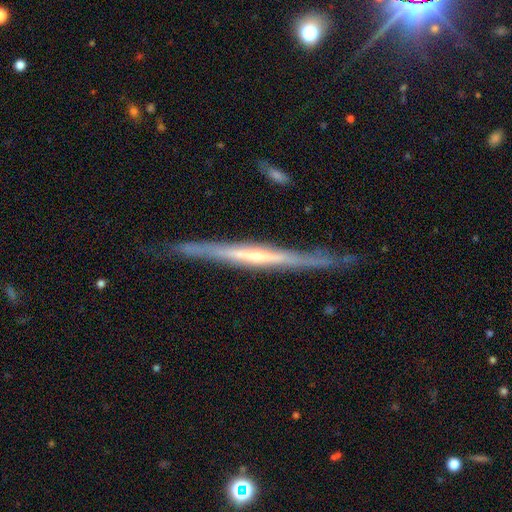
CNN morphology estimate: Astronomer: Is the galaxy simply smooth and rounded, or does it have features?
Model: featured or disk — 77%.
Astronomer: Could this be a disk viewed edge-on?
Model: yes — 96%.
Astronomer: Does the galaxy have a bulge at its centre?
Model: rounded — 47% (runner-up: none, 44%).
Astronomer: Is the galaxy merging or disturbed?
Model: none — 82%.